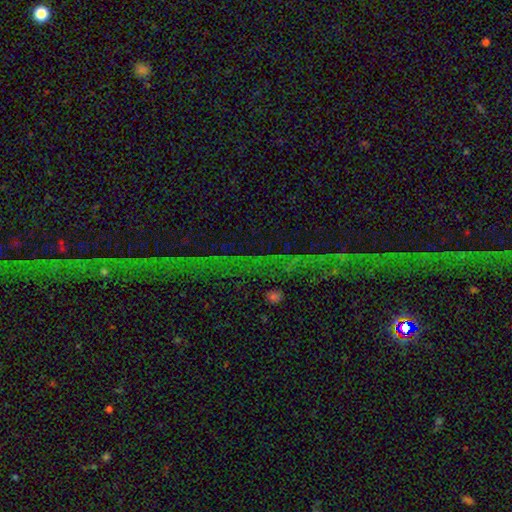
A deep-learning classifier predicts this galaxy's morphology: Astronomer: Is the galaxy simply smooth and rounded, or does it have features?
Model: star or artifact — 82%.